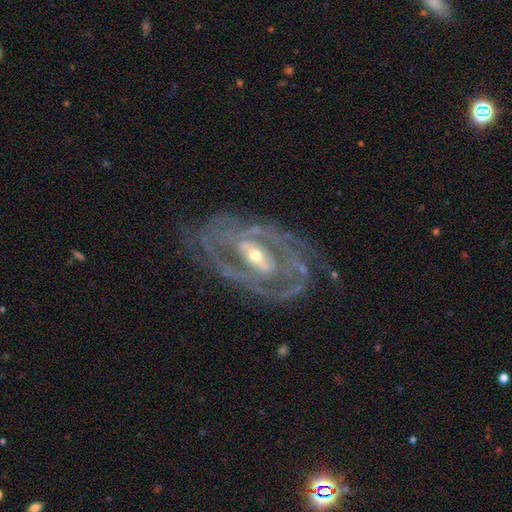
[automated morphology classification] smooth_or_featured: featured or disk (p=0.90) [alt: smooth p=0.05]
disk_edge_on: no (p=0.94) [alt: yes p=0.06]
bar: strong (p=0.46) [alt: weak p=0.33]
has_spiral_arms: yes (p=0.94) [alt: no p=0.06]
spiral_winding: tight (p=0.61) [alt: medium p=0.32]
spiral_arm_count: 2 (p=0.52) [alt: can't tell p=0.18]
bulge_size: small (p=0.56) [alt: moderate p=0.40]
merging: none (p=0.72) [alt: minor disturbance p=0.17]